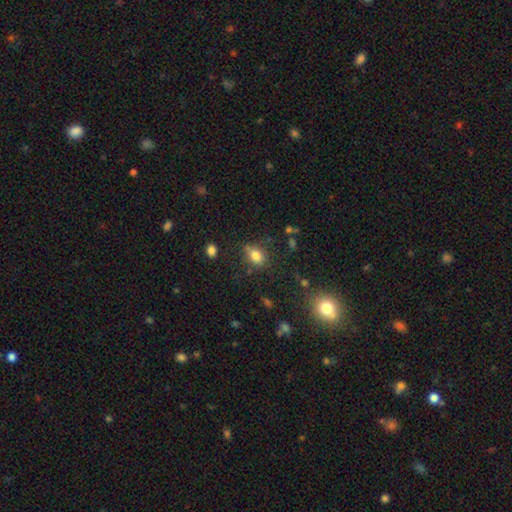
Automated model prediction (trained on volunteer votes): The model was most divided on "how rounded": in between: 68%, round: 30%, cigar-shaped: 2%. More confident: smooth or featured — smooth (80%); merging — none (65%).